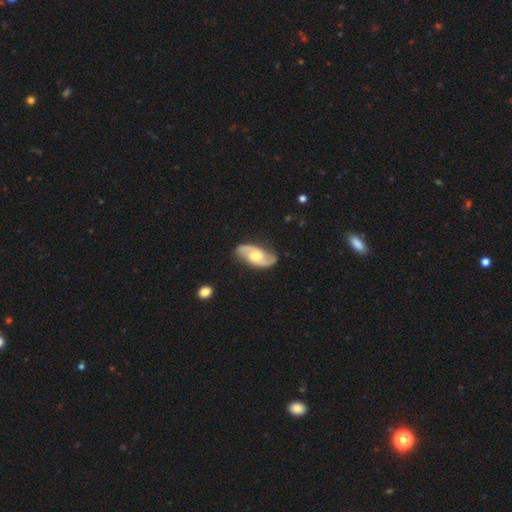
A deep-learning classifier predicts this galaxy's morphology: The model was most divided on "spiral winding": medium: 46%, loose: 36%, tight: 18%. More confident: spiral arms — yes (95%); edge-on disk — no (95%); spiral arm count — 2 (92%); smooth or featured — featured or disk (82%); merging — none (81%); bulge size — moderate (63%); bar — no (52%).